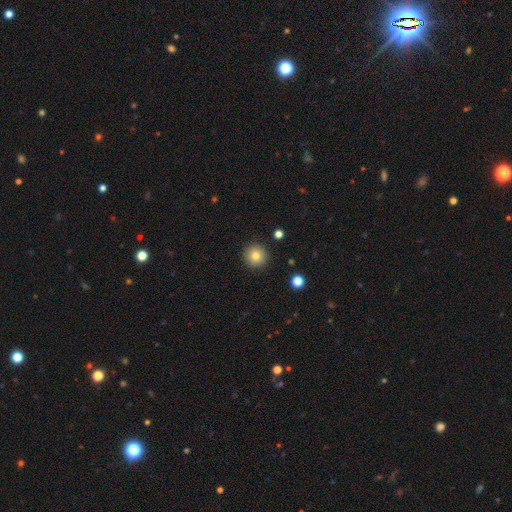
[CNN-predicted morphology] smooth 81%, star or artifact 11%, featured or disk 8%. Down the decision tree: how rounded — round (96%); merging — none (92%).